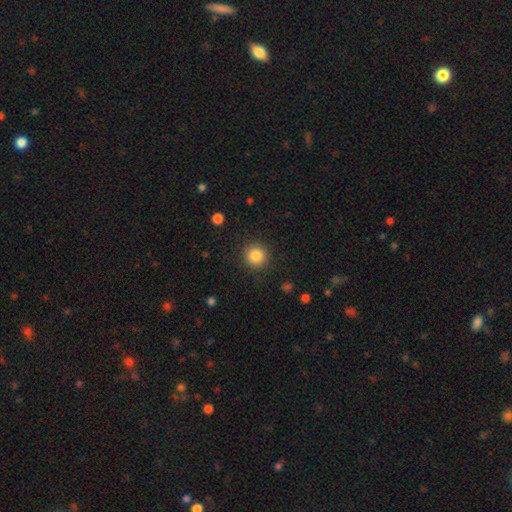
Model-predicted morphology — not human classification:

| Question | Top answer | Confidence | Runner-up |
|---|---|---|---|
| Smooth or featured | smooth | 84% | star or artifact (10%) |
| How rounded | round | 94% | in between (5%) |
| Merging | none | 90% | minor disturbance (6%) |